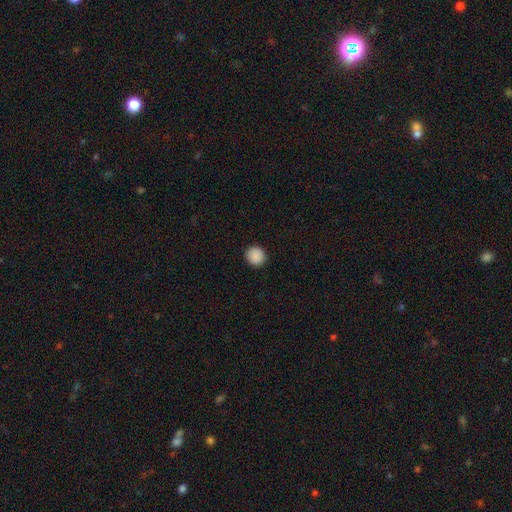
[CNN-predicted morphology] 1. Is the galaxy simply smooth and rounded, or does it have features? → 90% smooth, 8% star or artifact, 2% featured or disk.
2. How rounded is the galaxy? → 93% round, 6% in between, 1% cigar-shaped.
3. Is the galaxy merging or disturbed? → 93% none, 5% minor disturbance, 2% major disturbance, 1% merger.